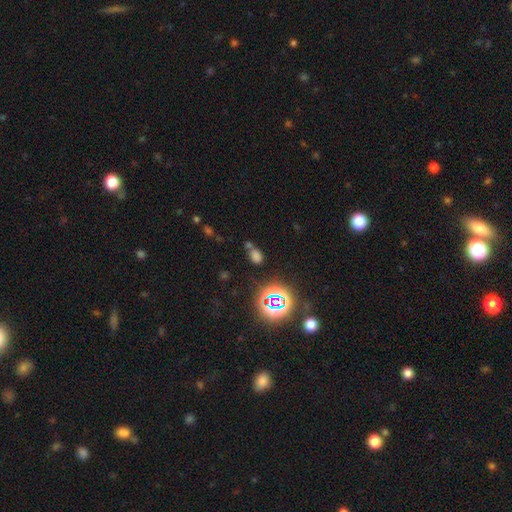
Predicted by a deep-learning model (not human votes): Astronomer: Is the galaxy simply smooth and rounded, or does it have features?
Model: smooth — 57% (runner-up: star or artifact, 35%).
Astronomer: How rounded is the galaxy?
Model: in between — 70%.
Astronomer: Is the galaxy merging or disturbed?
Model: none — 58%.